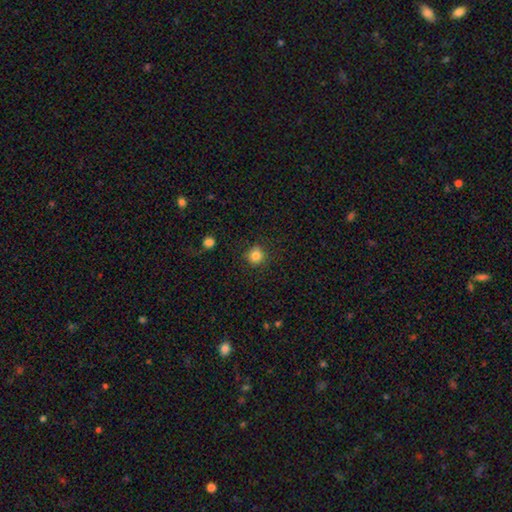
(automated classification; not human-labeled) This appears to be a smooth galaxy with no disk features (83%) that is round (91%). Merging: none (85%).